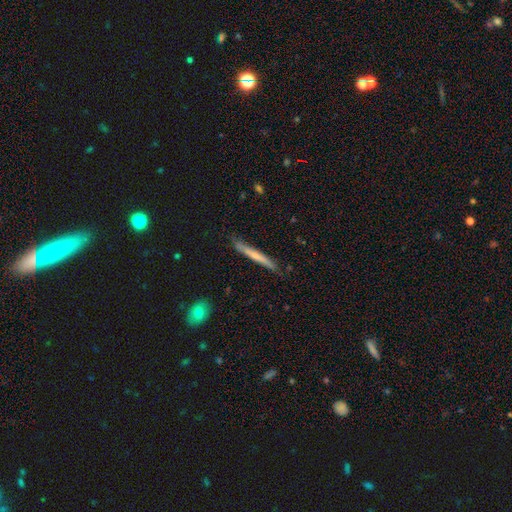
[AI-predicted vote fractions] Smooth or featured?
  - smooth: 54% *
  - featured or disk: 40%
  - star or artifact: 6%
How rounded?
  - cigar-shaped: 96% *
  - in between: 2%
  - round: 1%
Merging?
  - none: 83% *
  - minor disturbance: 13%
  - major disturbance: 2%
  - merger: 2%